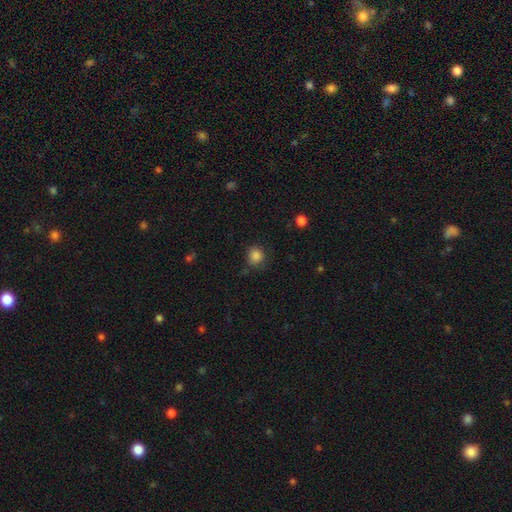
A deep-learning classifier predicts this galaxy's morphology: A smooth galaxy with no disk features (85%) that is round (86%). Merging: none (75%).